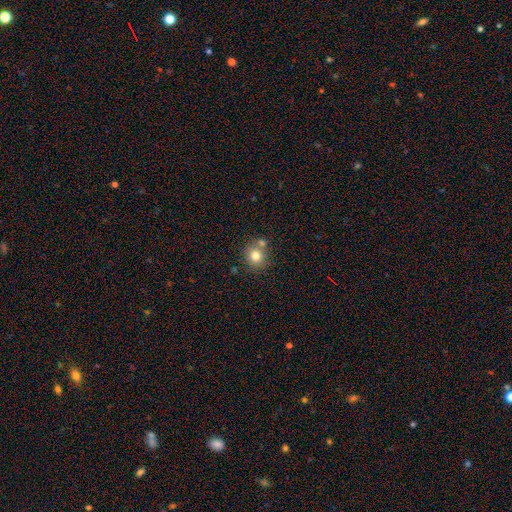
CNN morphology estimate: smooth-or-featured: smooth: 78% | star or artifact: 12% | featured or disk: 10%
  how-rounded: round: 88% | in between: 11% | cigar-shaped: 1%
  merging: none: 66% | merger: 21% | minor disturbance: 10% | major disturbance: 3%